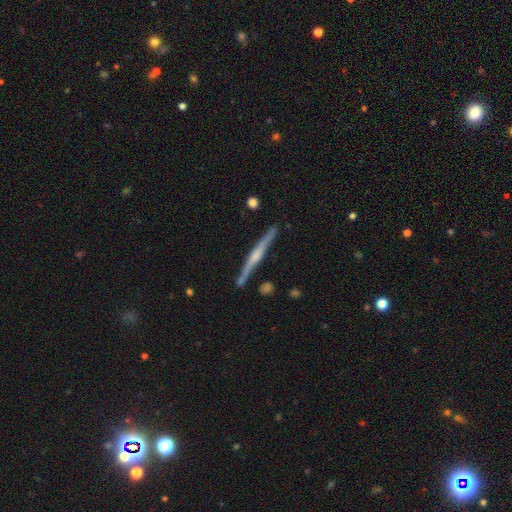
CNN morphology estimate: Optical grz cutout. It shows a featured or disk galaxy (81%) viewed edge-on (98%) with a rounded central bulge (71%). Merging: none (88%).